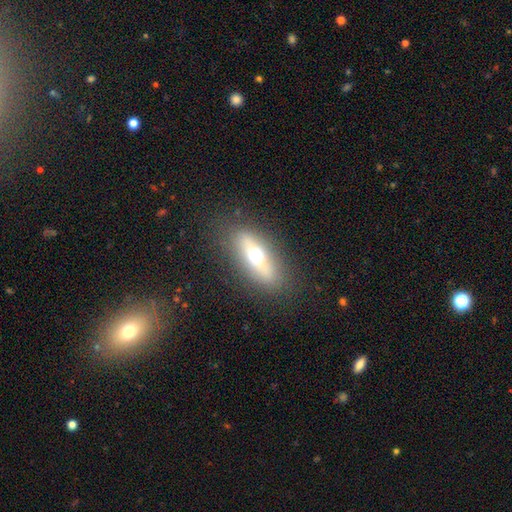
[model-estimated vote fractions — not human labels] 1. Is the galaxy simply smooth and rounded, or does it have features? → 48% smooth, 43% featured or disk, 9% star or artifact.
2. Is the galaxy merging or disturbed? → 85% none, 10% minor disturbance, 4% major disturbance, 1% merger.